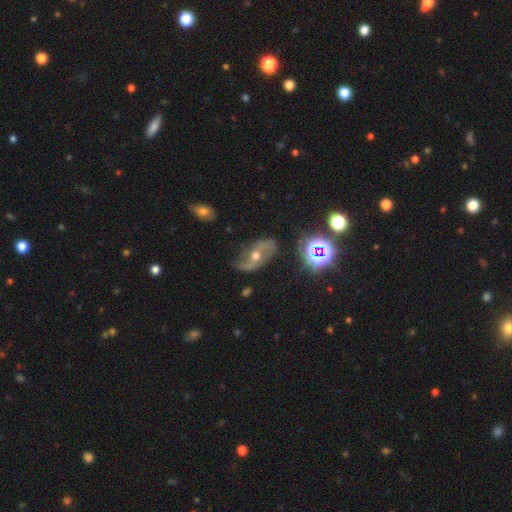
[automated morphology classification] Smooth or featured? featured or disk (70%)
Edge-on disk? no (93%)
Bar? no (49%)
Spiral arms? yes (85%)
Spiral winding? loose (56%)
Spiral arm count? 2 (84%)
Bulge size? moderate (67%)
Merging? none (67%)